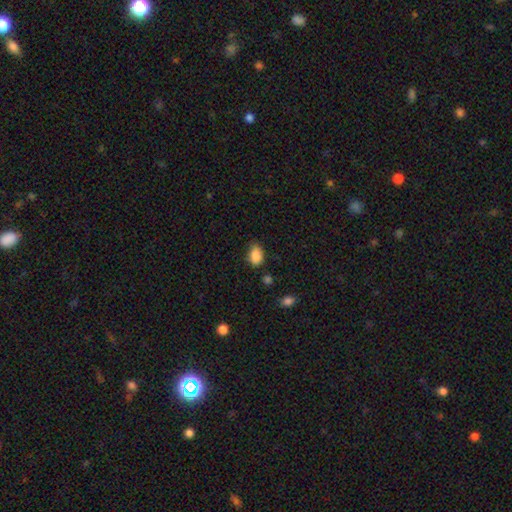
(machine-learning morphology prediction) Smooth or featured? Predicted: smooth (p=0.87). How rounded? Predicted: in between (p=0.84). Merging? Predicted: none (p=0.66).